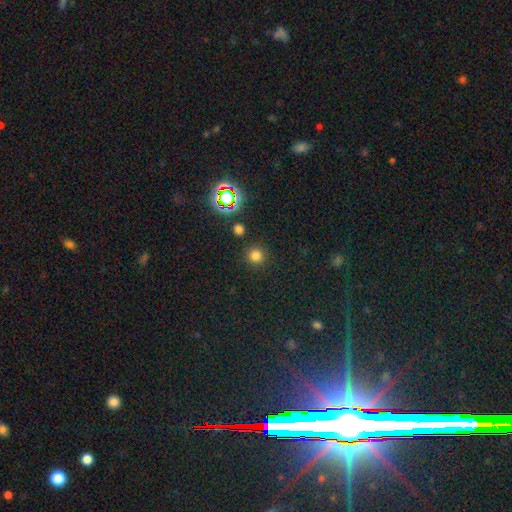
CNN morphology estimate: This appears to be a smooth galaxy with no disk features (76%) that is round (94%). Merging: none (88%).